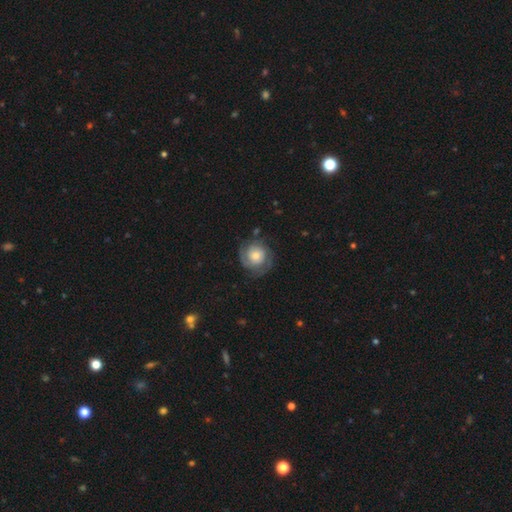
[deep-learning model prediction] featured or disk 62%, smooth 31%, star or artifact 7%. Down the decision tree: edge-on disk — no (98%); bar — no (80%); spiral arms — yes (88%); spiral arm count — 2 (54%); spiral winding — tight (61%); bulge size — moderate (46%); merging — none (72%).